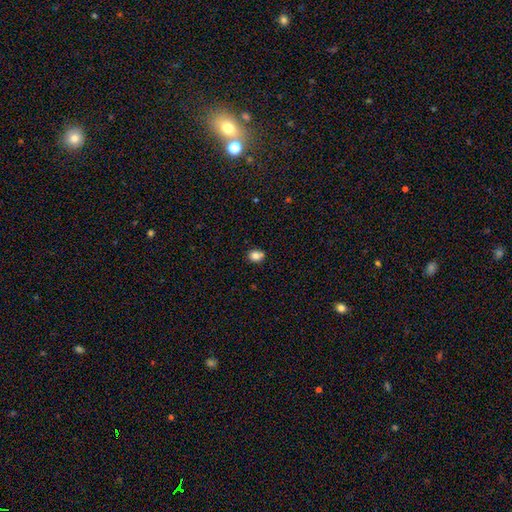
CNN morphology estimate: smooth_or_featured: smooth (p=0.81) [alt: star or artifact p=0.11]
how_rounded: round (p=0.56) [alt: in between p=0.43]
merging: none (p=0.71) [alt: minor disturbance p=0.19]